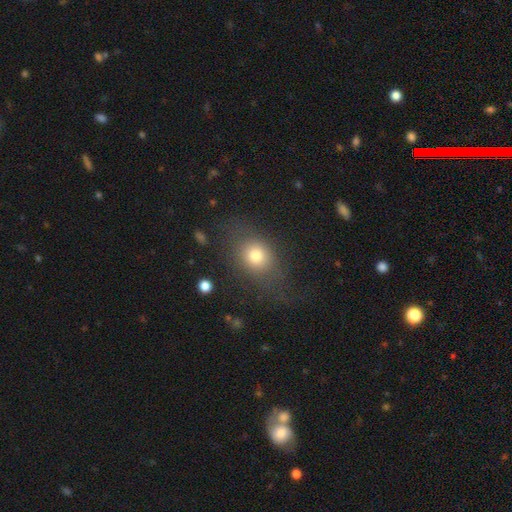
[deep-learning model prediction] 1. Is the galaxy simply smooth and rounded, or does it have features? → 76% smooth, 12% featured or disk, 12% star or artifact.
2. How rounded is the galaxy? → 51% round, 47% in between, 2% cigar-shaped.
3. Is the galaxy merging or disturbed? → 65% none, 18% minor disturbance, 15% major disturbance, 3% merger.